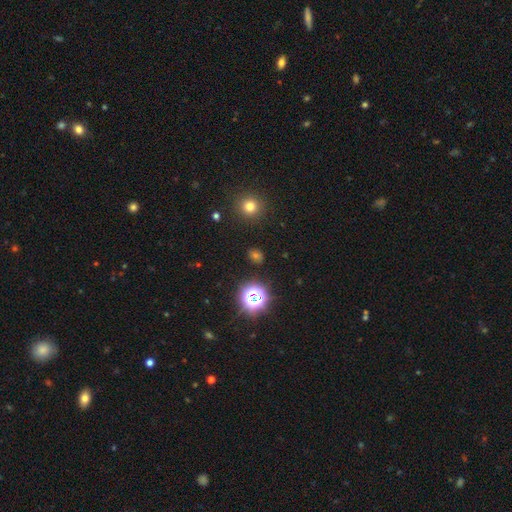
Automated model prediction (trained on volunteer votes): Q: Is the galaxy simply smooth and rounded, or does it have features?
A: smooth — 47%.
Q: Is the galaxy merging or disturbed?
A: none — 86%.